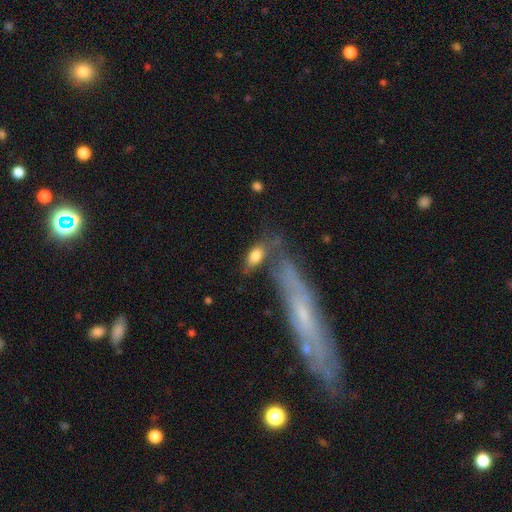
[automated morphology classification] Overall: smooth (77%). How rounded: in between (81%). Merging: none (47%; minor disturbance 20%).